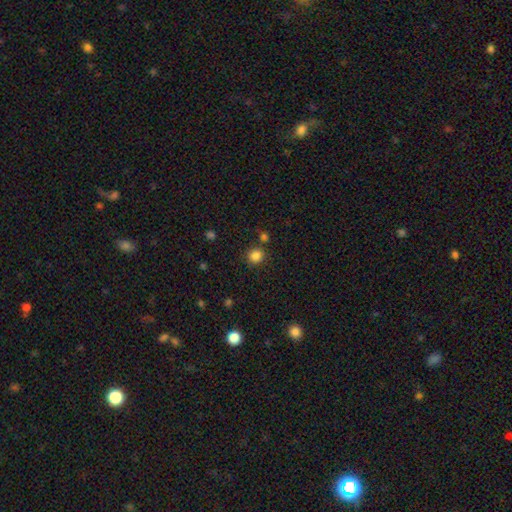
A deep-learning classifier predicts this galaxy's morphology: smooth_or_featured: smooth (p=0.85) [alt: star or artifact p=0.12]
how_rounded: round (p=0.83) [alt: in between p=0.16]
merging: none (p=0.82) [alt: minor disturbance p=0.08]